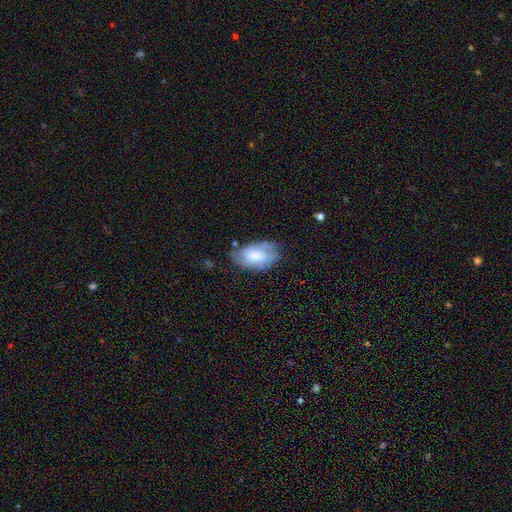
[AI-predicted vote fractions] This appears to be a smooth galaxy with no disk features (59%) that is in between round and cigar-shaped (92%). Merging: none (58%).